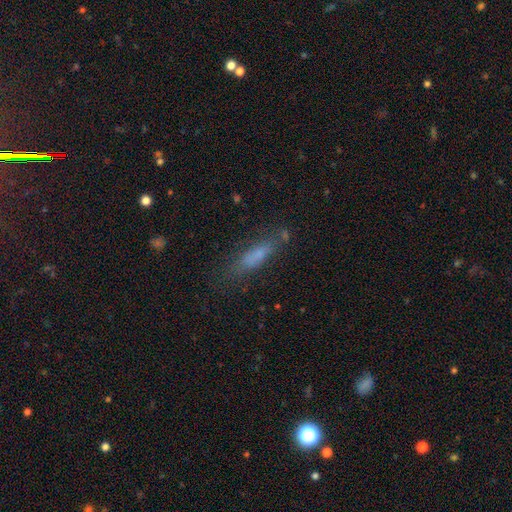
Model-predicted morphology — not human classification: Smooth or featured? smooth (65%)
How rounded? cigar-shaped (69%)
Merging? none (64%)